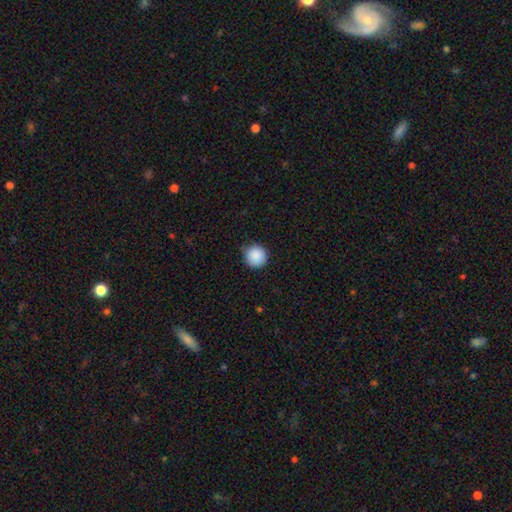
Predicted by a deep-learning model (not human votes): smooth-or-featured: smooth: 89% | star or artifact: 9% | featured or disk: 3%
  how-rounded: round: 95% | in between: 4% | cigar-shaped: 1%
  merging: none: 85% | minor disturbance: 12% | major disturbance: 2% | merger: 1%